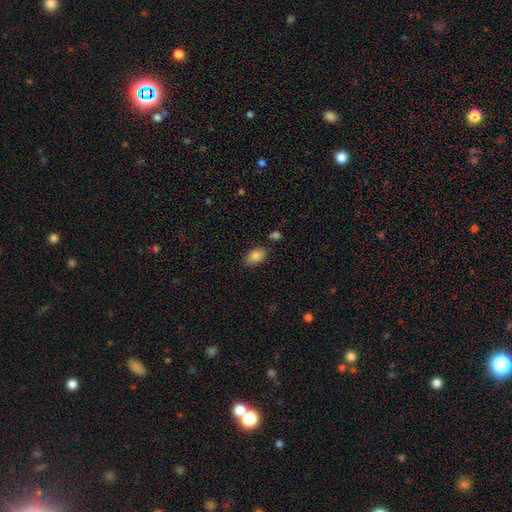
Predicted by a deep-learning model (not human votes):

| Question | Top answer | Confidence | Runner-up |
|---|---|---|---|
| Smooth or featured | smooth | 85% | star or artifact (8%) |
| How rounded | in between | 88% | round (10%) |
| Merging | none | 79% | minor disturbance (14%) |